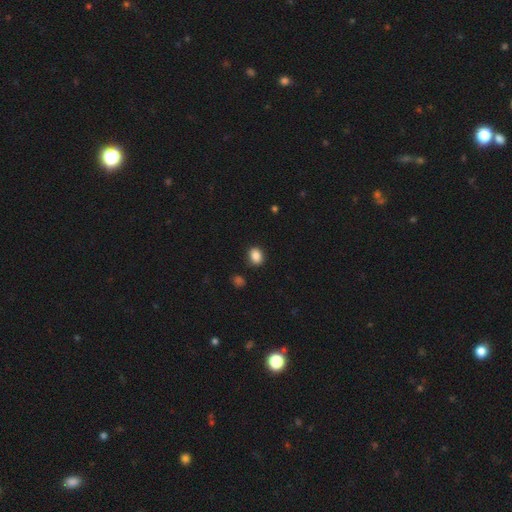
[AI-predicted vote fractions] Smooth or featured? Predicted: smooth (p=0.87). How rounded? Predicted: in between (p=0.60). Merging? Predicted: none (p=0.86).